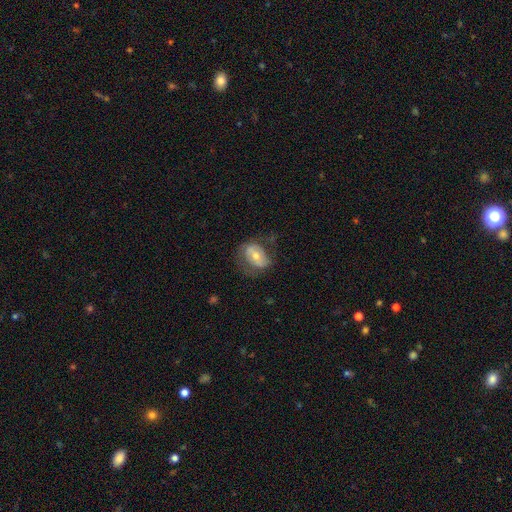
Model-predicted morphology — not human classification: A featured or disk galaxy (51%). Merging: none (57%).